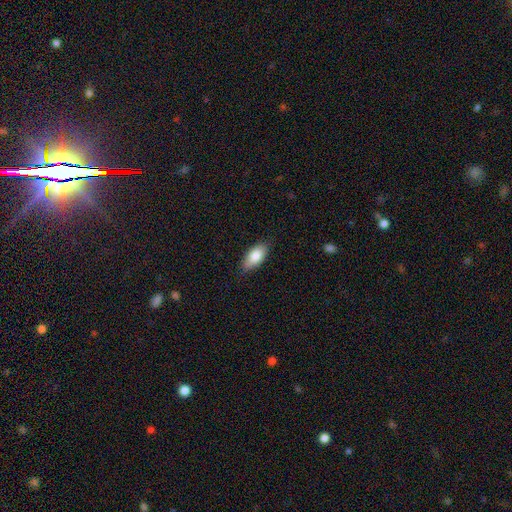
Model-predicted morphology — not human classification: smooth_or_featured: smooth (p=0.83) [alt: featured or disk p=0.11]
how_rounded: in between (p=0.91) [alt: cigar-shaped p=0.06]
merging: none (p=0.81) [alt: minor disturbance p=0.16]